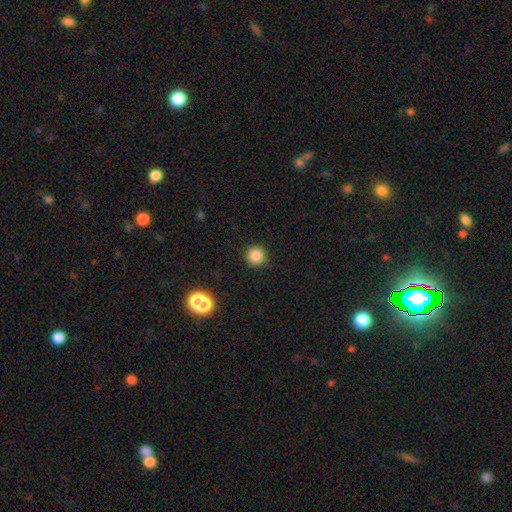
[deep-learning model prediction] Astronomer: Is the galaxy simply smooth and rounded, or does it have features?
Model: smooth — 85%.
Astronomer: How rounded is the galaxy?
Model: round — 95%.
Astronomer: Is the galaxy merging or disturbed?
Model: none — 90%.